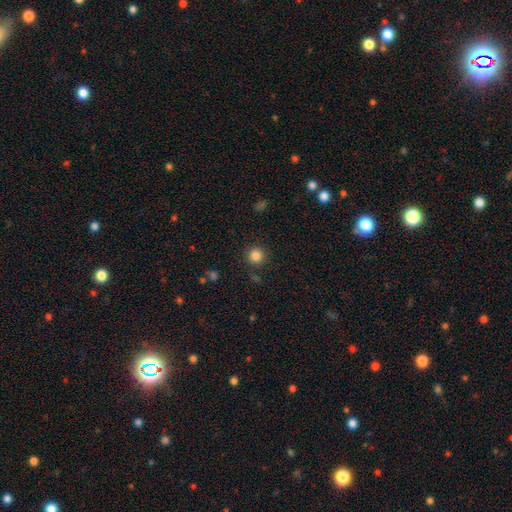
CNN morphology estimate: Smooth or featured? Predicted: smooth (p=0.84). How rounded? Predicted: round (p=0.95). Merging? Predicted: none (p=0.89).